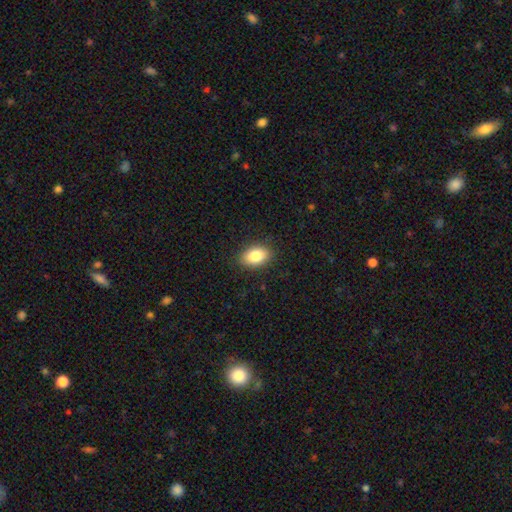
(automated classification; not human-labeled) This is clearly a smooth galaxy (84%). How rounded: clearly in between (87%). Merging: clearly none (88%).